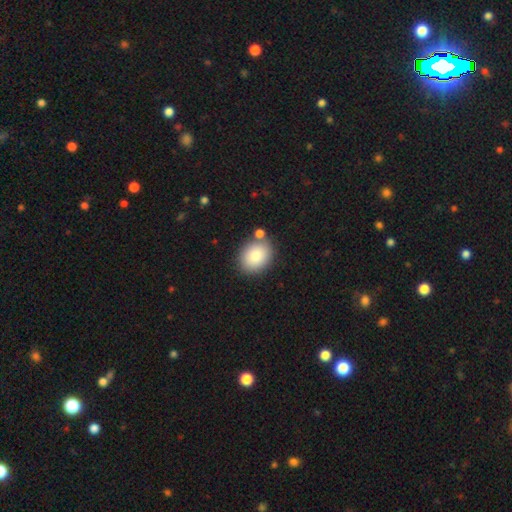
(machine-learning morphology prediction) type=smooth (86%); roundness=in between (57%); merging=none (73%).